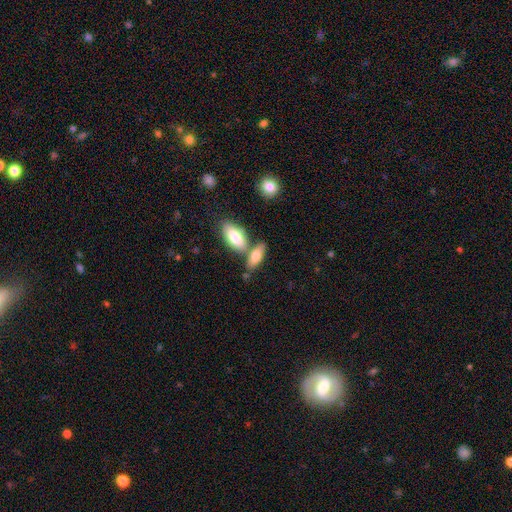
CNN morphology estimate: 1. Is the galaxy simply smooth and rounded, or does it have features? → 77% smooth, 17% featured or disk, 7% star or artifact.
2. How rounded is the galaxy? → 76% in between, 20% cigar-shaped, 3% round.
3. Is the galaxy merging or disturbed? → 48% none, 36% merger, 12% minor disturbance, 4% major disturbance.